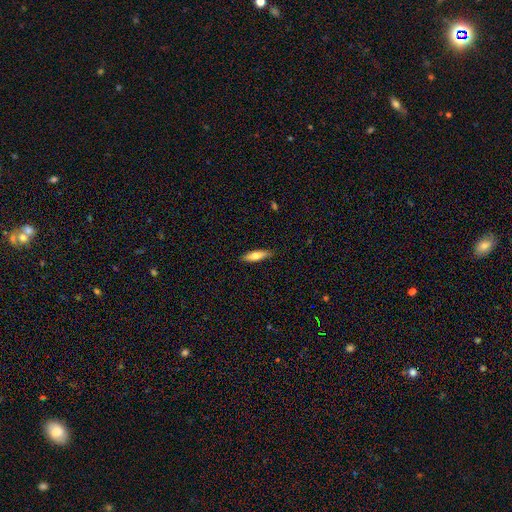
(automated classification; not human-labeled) This is likely a smooth galaxy (69%). How rounded: likely cigar-shaped (63%). Merging: clearly none (87%).